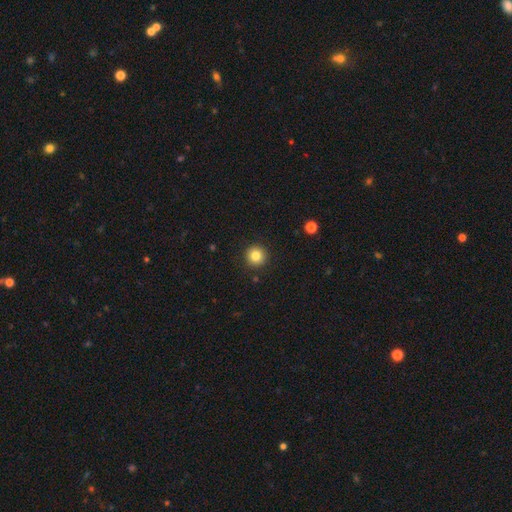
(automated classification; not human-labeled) This appears to be a smooth galaxy with no disk features (84%) that is round (95%). Merging: none (92%).